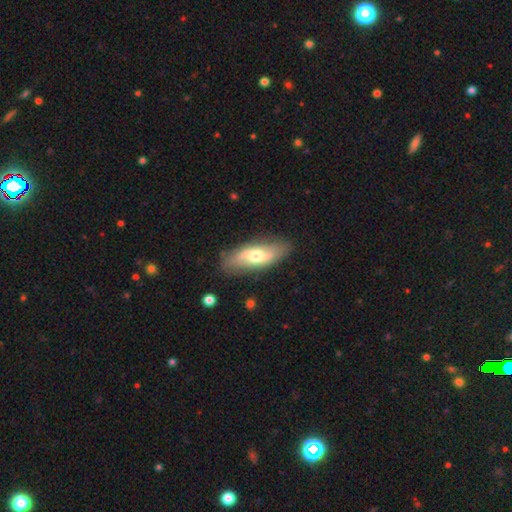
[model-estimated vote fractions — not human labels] Overall: featured or disk (53%; smooth 42%). Edge-on disk: no (79%). Merging: none (82%).